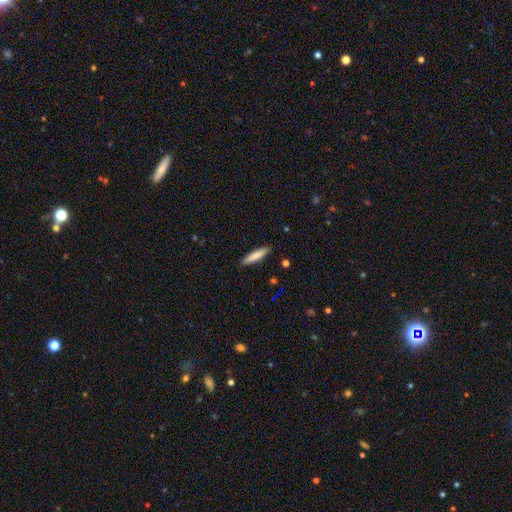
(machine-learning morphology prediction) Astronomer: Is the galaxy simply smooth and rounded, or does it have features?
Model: smooth — 80%.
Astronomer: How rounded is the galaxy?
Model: cigar-shaped — 83%.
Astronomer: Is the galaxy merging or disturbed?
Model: none — 90%.